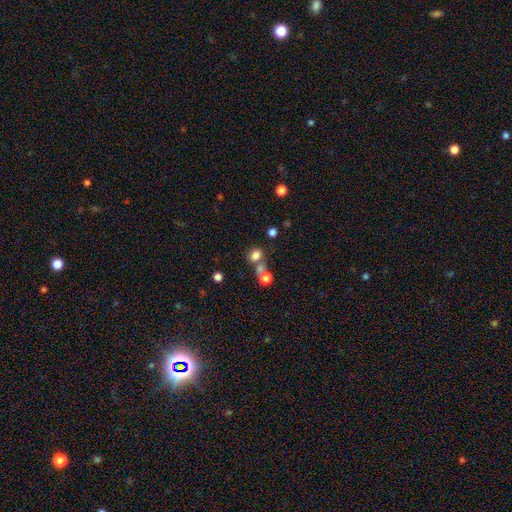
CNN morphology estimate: A smooth galaxy with no disk features (76%) that is round (58%). Merging: none (49%).